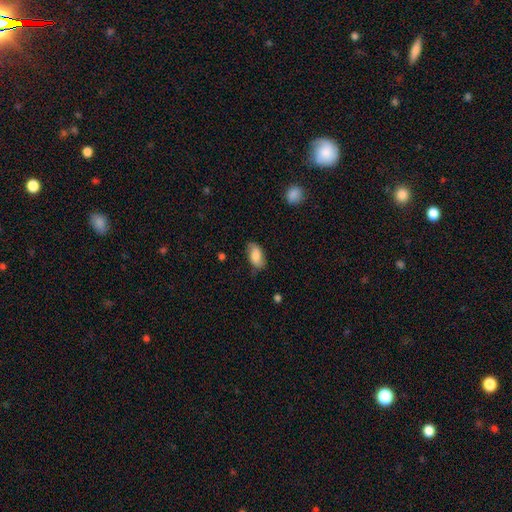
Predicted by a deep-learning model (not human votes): This appears to be a smooth galaxy with no disk features (77%) that is in between round and cigar-shaped (92%). Merging: none (72%).